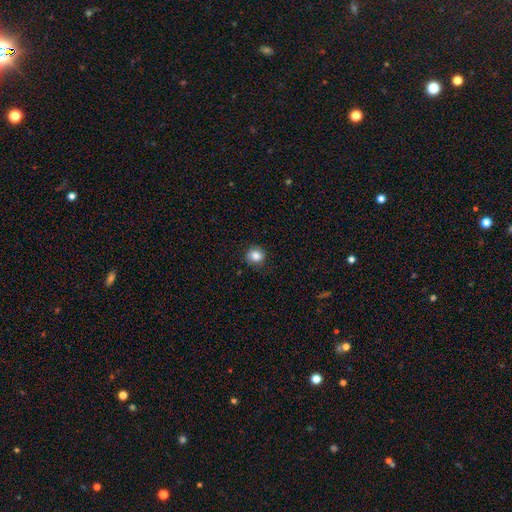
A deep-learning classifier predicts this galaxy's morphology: Smooth or featured?
  - smooth: 84% *
  - star or artifact: 10%
  - featured or disk: 6%
How rounded?
  - round: 82% *
  - in between: 17%
  - cigar-shaped: 1%
Merging?
  - none: 82% *
  - minor disturbance: 13%
  - major disturbance: 3%
  - merger: 1%